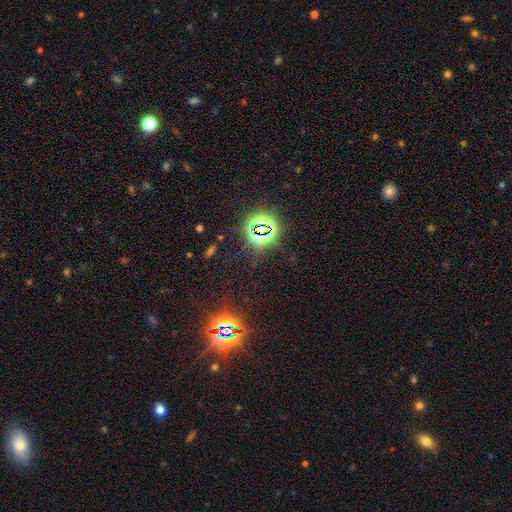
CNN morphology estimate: Smooth or featured?
  - star or artifact: 81% *
  - smooth: 11%
  - featured or disk: 8%